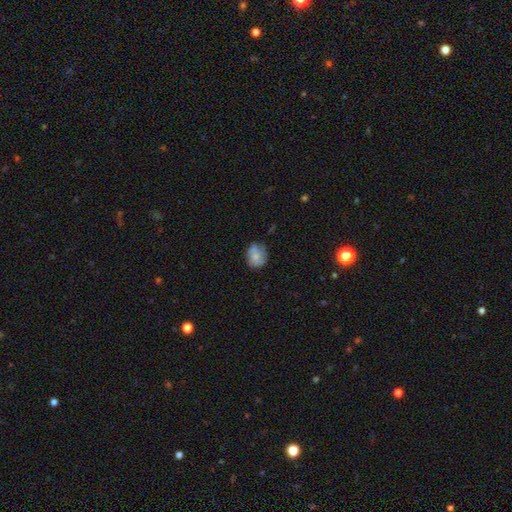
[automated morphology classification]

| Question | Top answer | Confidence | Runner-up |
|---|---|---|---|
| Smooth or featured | smooth | 71% | featured or disk (20%) |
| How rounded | round | 66% | in between (33%) |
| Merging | none | 59% | minor disturbance (29%) |